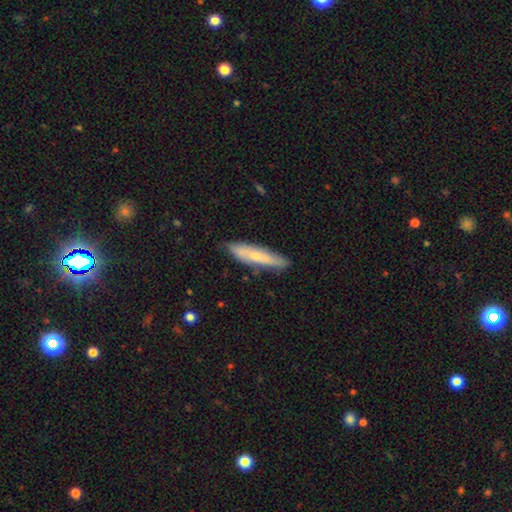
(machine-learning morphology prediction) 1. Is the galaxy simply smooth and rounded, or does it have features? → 57% smooth, 37% featured or disk, 6% star or artifact.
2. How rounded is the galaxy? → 83% cigar-shaped, 15% in between, 2% round.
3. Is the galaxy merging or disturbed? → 80% none, 16% minor disturbance, 3% major disturbance, 2% merger.